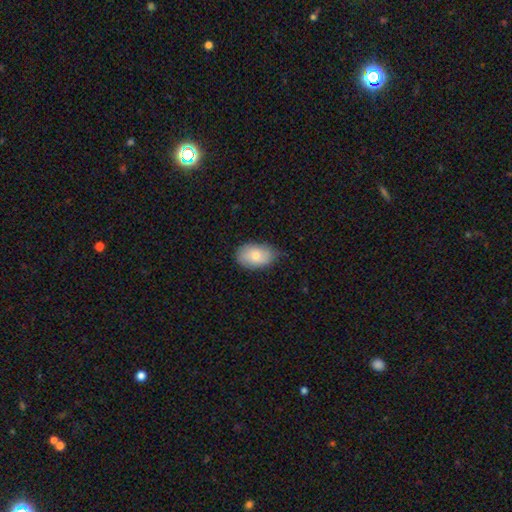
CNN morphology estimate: smooth-or-featured: smooth: 79% | featured or disk: 15% | star or artifact: 6%
  how-rounded: in between: 89% | round: 10% | cigar-shaped: 1%
  merging: none: 69% | minor disturbance: 25% | major disturbance: 4% | merger: 1%